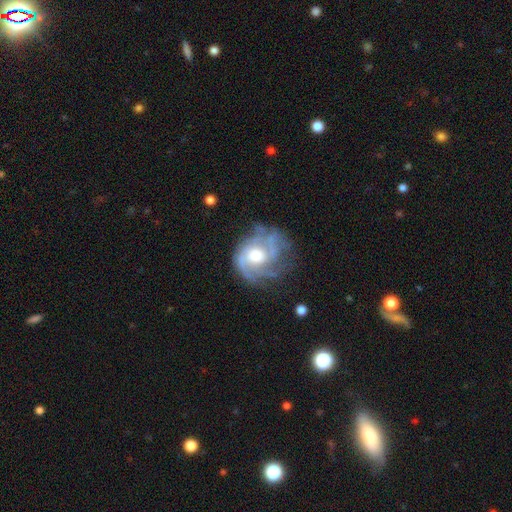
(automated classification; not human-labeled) smooth_or_featured: featured or disk (p=0.80) [alt: smooth p=0.14]
disk_edge_on: no (p=0.98) [alt: yes p=0.02]
bar: no (p=0.70) [alt: weak p=0.25]
has_spiral_arms: yes (p=0.90) [alt: no p=0.10]
spiral_winding: medium (p=0.41) [tied with: tight p=0.41]
spiral_arm_count: 2 (p=0.30) [alt: can't tell p=0.29]
bulge_size: moderate (p=0.64) [alt: large p=0.23]
merging: none (p=0.56) [alt: minor disturbance p=0.23]